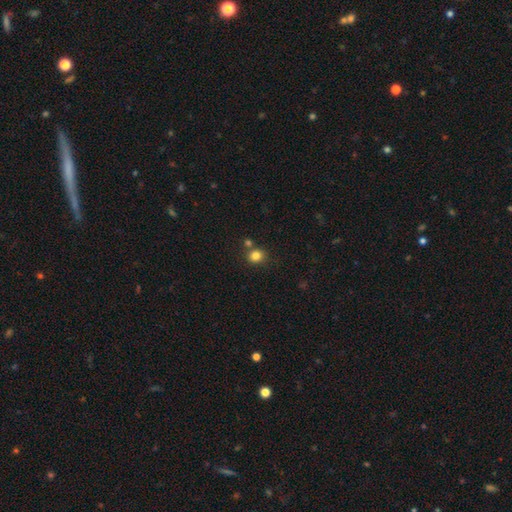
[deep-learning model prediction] Smooth or featured: smooth — 82% (star or artifact — 12%)
How rounded: round — 80% (in between — 19%)
Merging: none — 72% (merger — 16%)